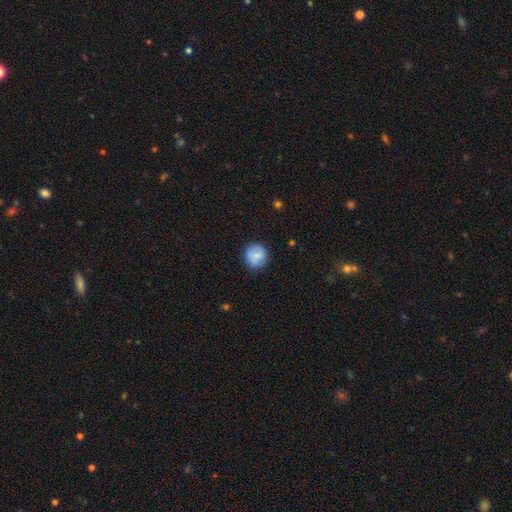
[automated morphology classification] Smooth or featured: smooth — 79% (featured or disk — 13%)
How rounded: round — 87% (in between — 12%)
Merging: none — 83% (minor disturbance — 13%)